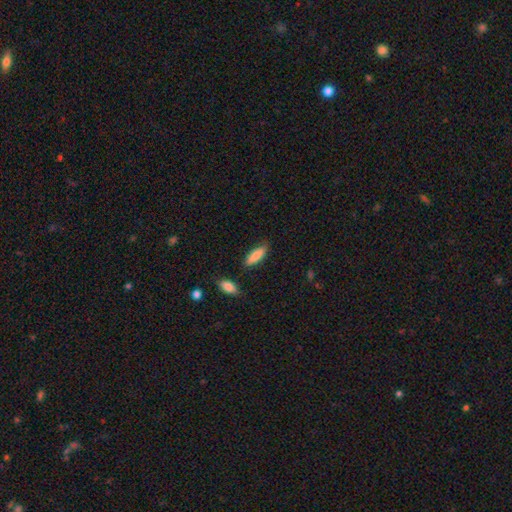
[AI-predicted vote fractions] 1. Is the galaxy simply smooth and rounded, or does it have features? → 85% smooth, 9% featured or disk, 6% star or artifact.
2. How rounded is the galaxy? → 50% in between, 48% cigar-shaped, 2% round.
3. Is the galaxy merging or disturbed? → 81% none, 14% minor disturbance, 3% merger, 3% major disturbance.